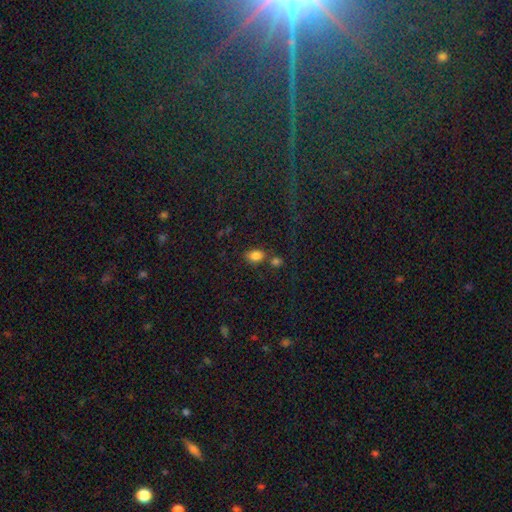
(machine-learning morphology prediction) Smooth or featured?
  - smooth: 82% *
  - star or artifact: 12%
  - featured or disk: 6%
How rounded?
  - in between: 76% *
  - round: 23%
  - cigar-shaped: 2%
Merging?
  - none: 63% *
  - merger: 20%
  - minor disturbance: 13%
  - major disturbance: 4%